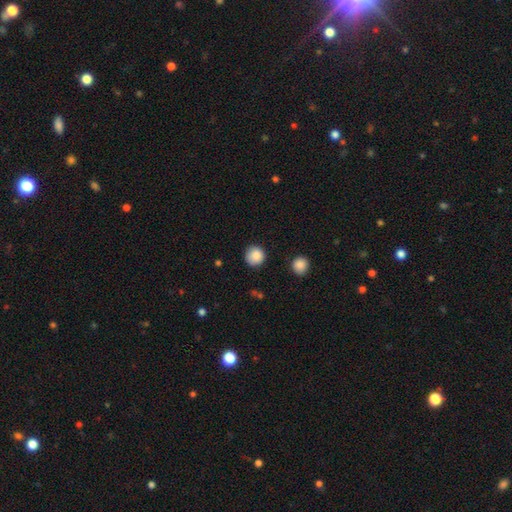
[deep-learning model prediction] Q: Smooth or featured?
A: smooth (87%); runner-up: star or artifact (8%)
Q: How rounded?
A: round (94%); runner-up: in between (5%)
Q: Merging?
A: none (87%); runner-up: minor disturbance (9%)